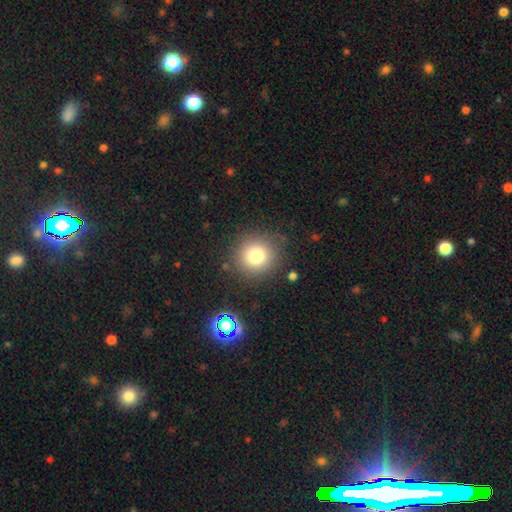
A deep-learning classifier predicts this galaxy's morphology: This appears to be a smooth galaxy with no disk features (77%) that is round (93%). Merging: none (86%).